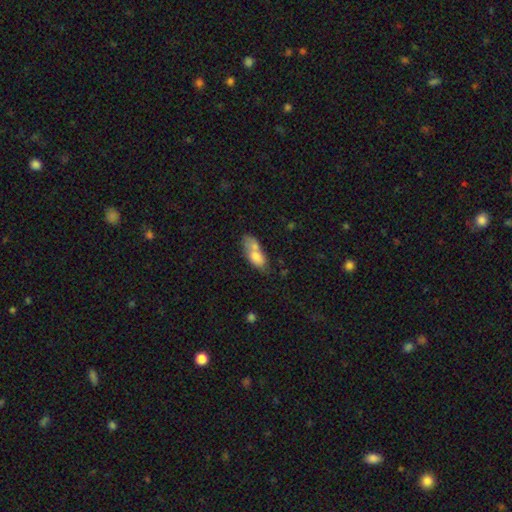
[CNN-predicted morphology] type=smooth (71%); roundness=in between (78%); merging=merger (44%).